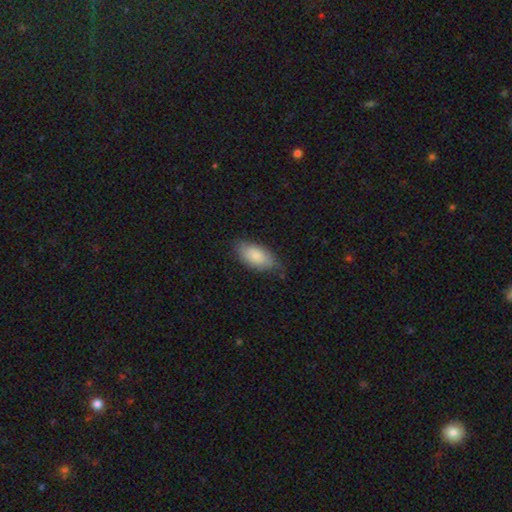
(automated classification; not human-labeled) smooth 77%, featured or disk 17%, star or artifact 6%. Down the decision tree: how rounded — in between (93%); merging — none (67%).